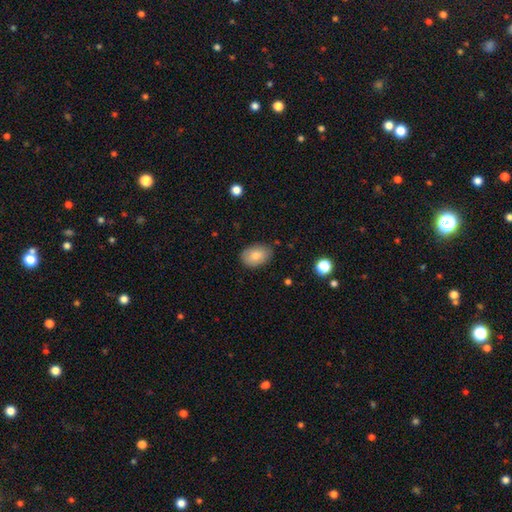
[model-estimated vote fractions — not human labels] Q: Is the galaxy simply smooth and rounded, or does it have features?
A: smooth — 82%.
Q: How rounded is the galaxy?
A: in between — 86%.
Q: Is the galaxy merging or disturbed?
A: none — 82%.